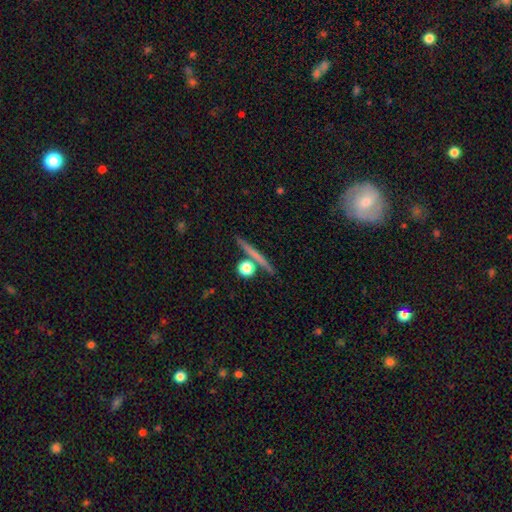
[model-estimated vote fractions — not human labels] This appears to be a smooth galaxy with no disk features (49%). Merging: none (83%).